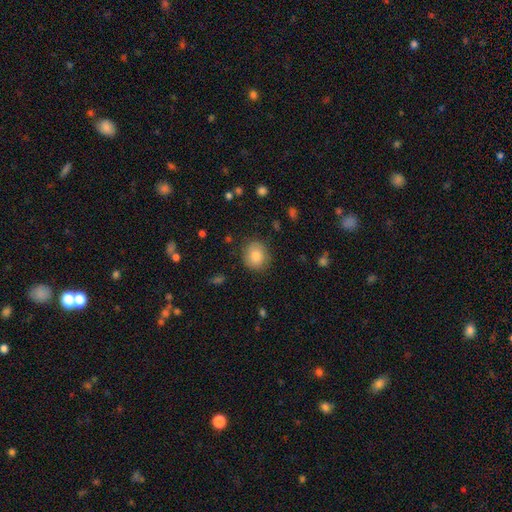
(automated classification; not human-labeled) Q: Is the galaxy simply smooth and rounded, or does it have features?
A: smooth — 82%.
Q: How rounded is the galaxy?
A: round — 78%.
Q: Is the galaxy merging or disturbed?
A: none — 84%.